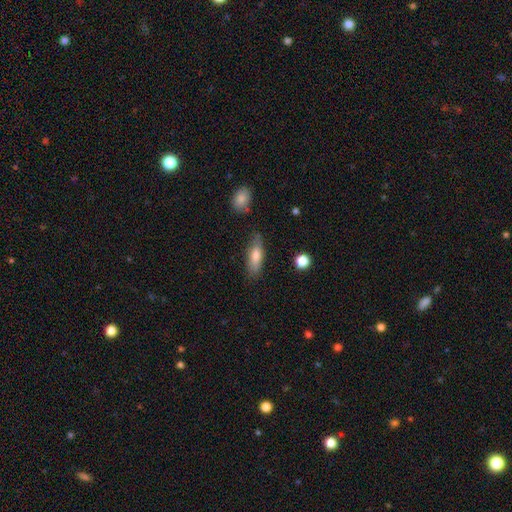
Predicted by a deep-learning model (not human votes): Morphology: type=smooth (72%); roundness=in between (56%); merging=none (75%).